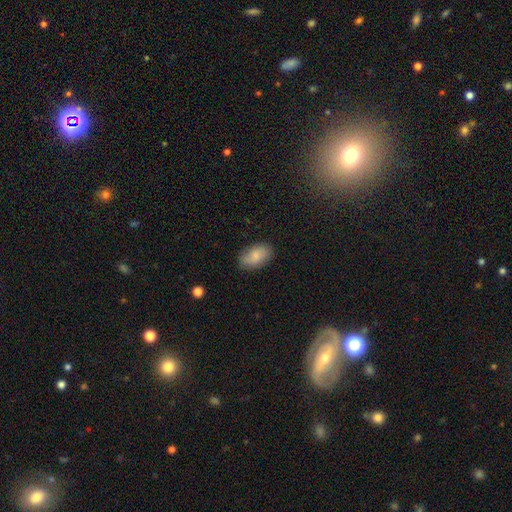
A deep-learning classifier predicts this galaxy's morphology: smooth-or-featured: smooth: 84% | featured or disk: 9% | star or artifact: 7%
  how-rounded: in between: 93% | round: 5% | cigar-shaped: 2%
  merging: none: 83% | minor disturbance: 13% | major disturbance: 3% | merger: 1%